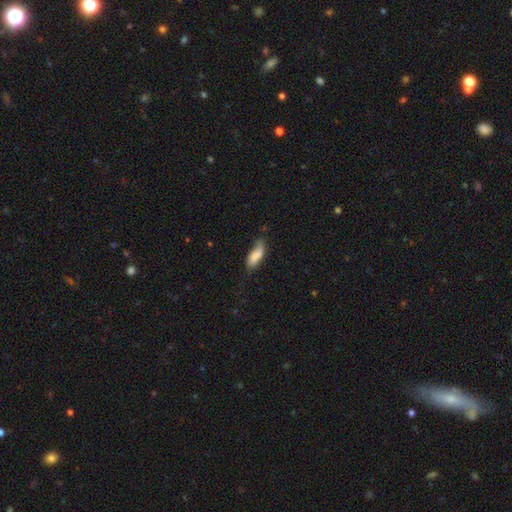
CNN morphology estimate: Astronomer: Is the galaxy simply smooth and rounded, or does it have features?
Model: smooth — 78%.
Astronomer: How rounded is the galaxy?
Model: in between — 68%.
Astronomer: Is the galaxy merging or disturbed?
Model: none — 45% (runner-up: minor disturbance, 36%).